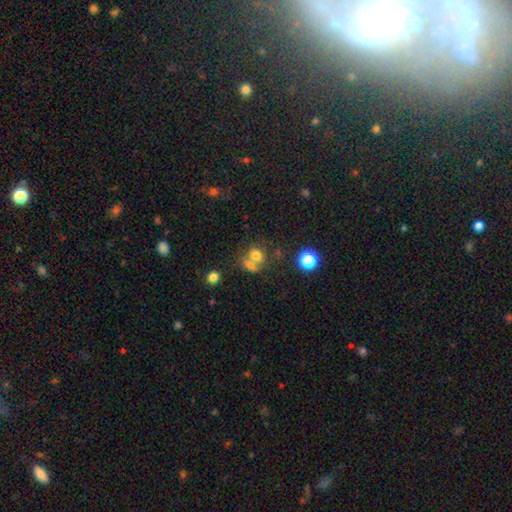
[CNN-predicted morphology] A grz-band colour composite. It shows a smooth galaxy with no disk features (70%) that is round (59%). Merging: merger (47%).